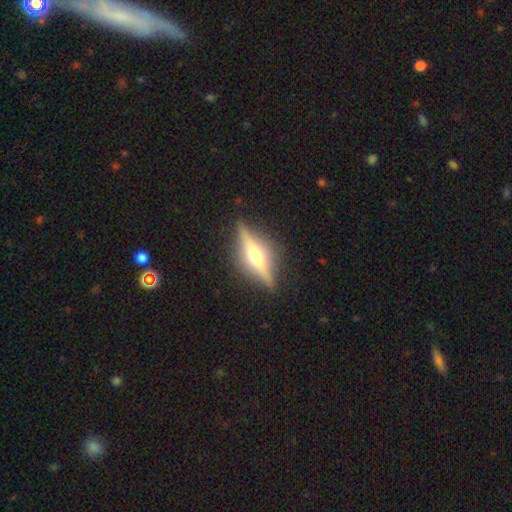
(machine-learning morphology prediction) A featured or disk galaxy (78%) viewed edge-on (96%) with a rounded central bulge (92%). Merging: none (87%).